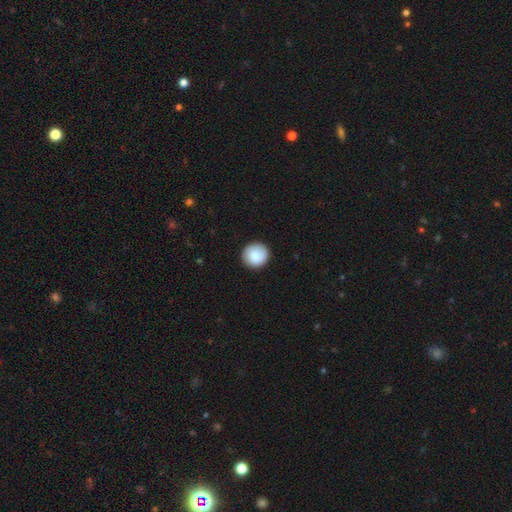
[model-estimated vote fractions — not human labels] smooth_or_featured: smooth (p=0.87) [alt: star or artifact p=0.07]
how_rounded: round (p=0.93) [alt: in between p=0.06]
merging: none (p=0.89) [alt: minor disturbance p=0.08]